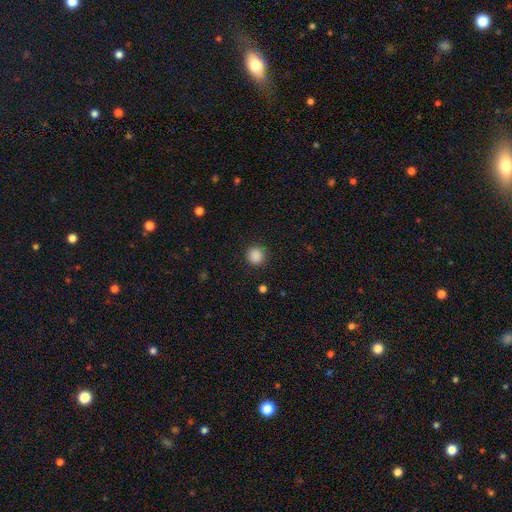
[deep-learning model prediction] A smooth galaxy with no disk features (88%) that is round (93%).

Vote fractions:
- Smooth or featured? smooth: 88% / star or artifact: 10% / featured or disk: 2%
- How rounded? round: 93% / in between: 6% / cigar-shaped: 1%
- Merging? none: 90% / minor disturbance: 6% / major disturbance: 2% / merger: 1%